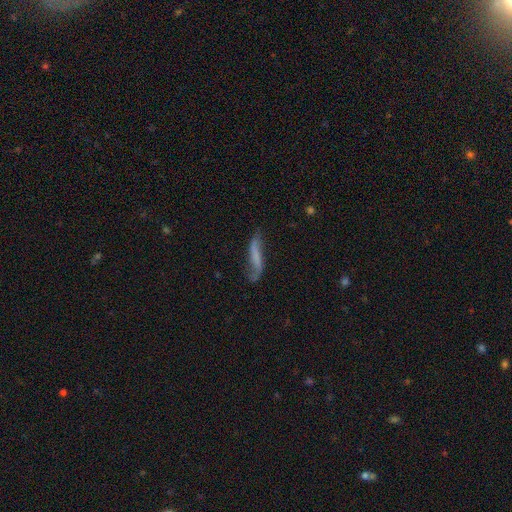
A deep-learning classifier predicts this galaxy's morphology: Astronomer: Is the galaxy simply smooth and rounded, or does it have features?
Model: featured or disk — 52% (runner-up: smooth, 39%).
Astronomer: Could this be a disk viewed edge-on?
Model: no — 67%.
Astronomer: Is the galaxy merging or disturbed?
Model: none — 54%.